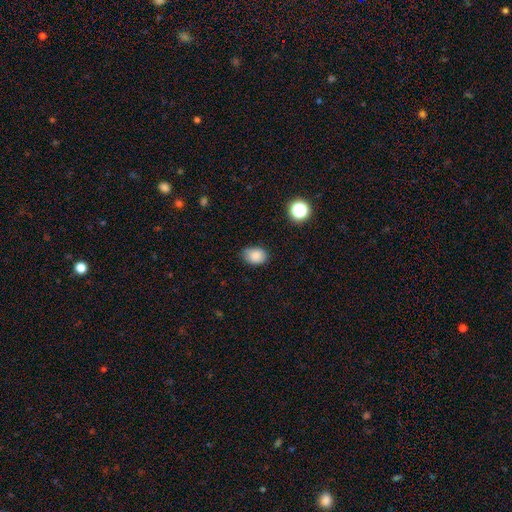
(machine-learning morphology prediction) type=smooth (85%); roundness=in between (72%); merging=none (74%).